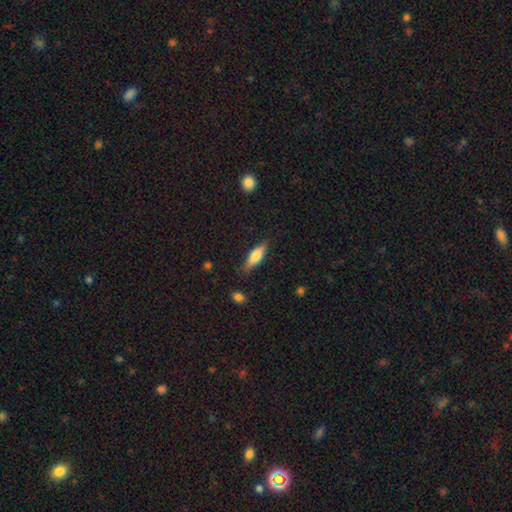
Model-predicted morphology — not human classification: Smooth or featured?
  - smooth: 70% *
  - featured or disk: 24%
  - star or artifact: 6%
How rounded?
  - cigar-shaped: 51% *
  - in between: 47%
  - round: 2%
Merging?
  - none: 82% *
  - minor disturbance: 14%
  - major disturbance: 3%
  - merger: 2%